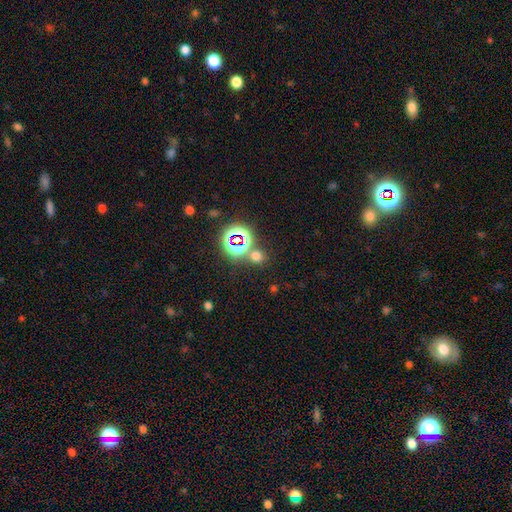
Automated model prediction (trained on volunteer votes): smooth_or_featured: smooth (p=0.56) [alt: star or artifact p=0.37]
how_rounded: round (p=0.81) [alt: in between p=0.18]
merging: none (p=0.73) [alt: merger p=0.16]